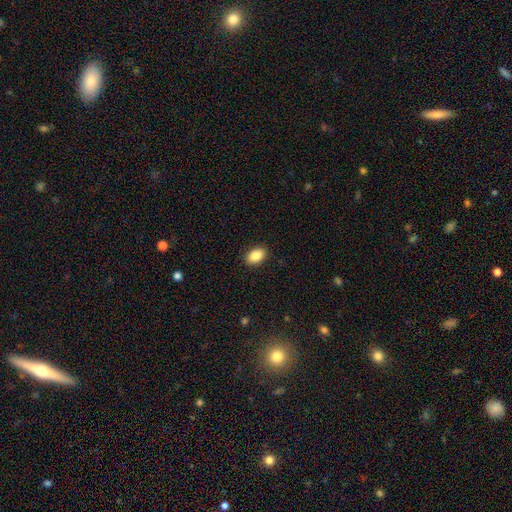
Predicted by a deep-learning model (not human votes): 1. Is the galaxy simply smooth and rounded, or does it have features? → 88% smooth, 8% star or artifact, 4% featured or disk.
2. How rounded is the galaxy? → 87% in between, 11% round, 1% cigar-shaped.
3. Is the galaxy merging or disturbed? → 90% none, 7% minor disturbance, 2% major disturbance, 1% merger.